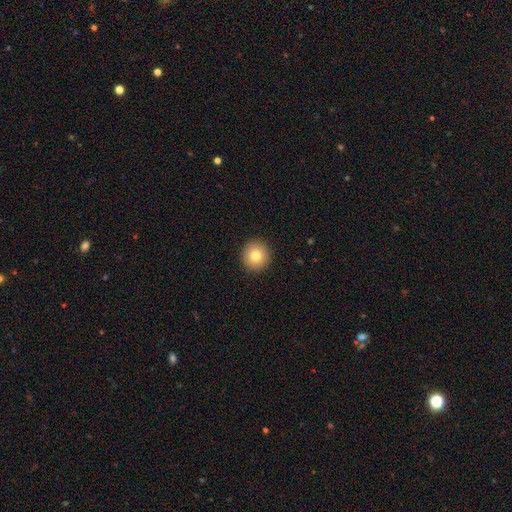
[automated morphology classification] Smooth or featured? Predicted: smooth (p=0.80). How rounded? Predicted: round (p=0.94). Merging? Predicted: none (p=0.93).